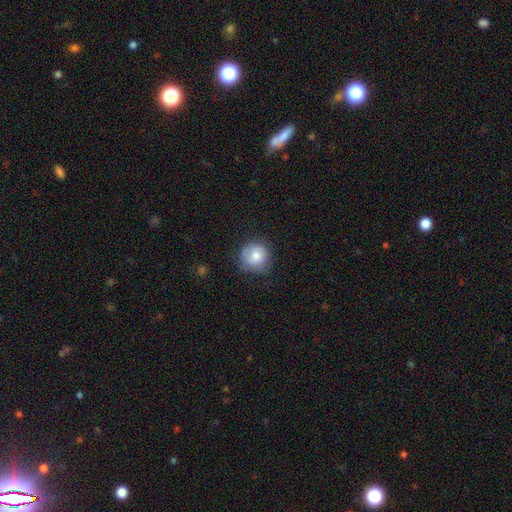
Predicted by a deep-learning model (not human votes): Smooth or featured?
  - smooth: 76% *
  - featured or disk: 16%
  - star or artifact: 8%
How rounded?
  - round: 89% *
  - in between: 10%
  - cigar-shaped: 1%
Merging?
  - none: 66% *
  - minor disturbance: 25%
  - major disturbance: 7%
  - merger: 1%